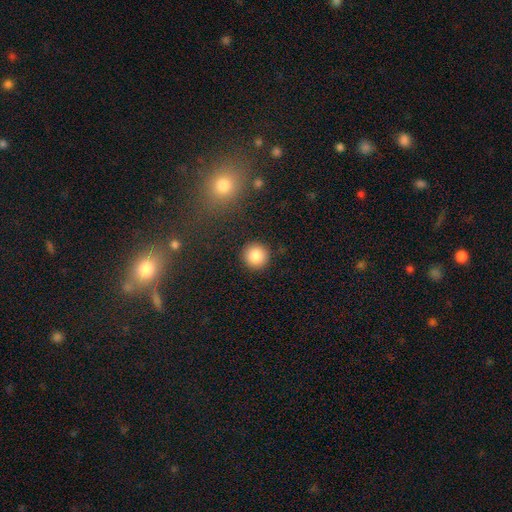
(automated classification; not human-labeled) A smooth galaxy with no disk features (86%) that is round (95%). Merging: none (91%).